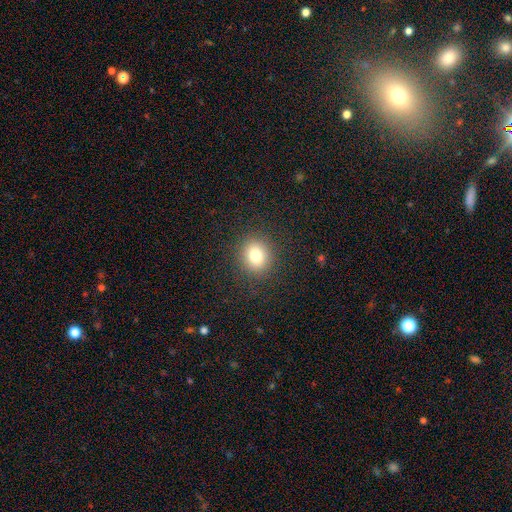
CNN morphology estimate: Smooth or featured?
  - smooth: 79% *
  - star or artifact: 12%
  - featured or disk: 9%
How rounded?
  - round: 77% *
  - in between: 22%
  - cigar-shaped: 1%
Merging?
  - none: 88% *
  - minor disturbance: 7%
  - major disturbance: 3%
  - merger: 1%